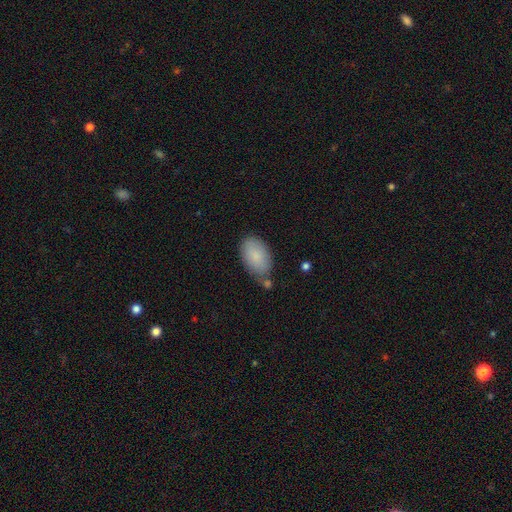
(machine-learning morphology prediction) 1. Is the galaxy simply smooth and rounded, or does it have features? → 85% smooth, 8% featured or disk, 6% star or artifact.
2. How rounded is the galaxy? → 94% in between, 5% round, 1% cigar-shaped.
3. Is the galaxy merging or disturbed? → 66% none, 21% minor disturbance, 8% merger, 5% major disturbance.